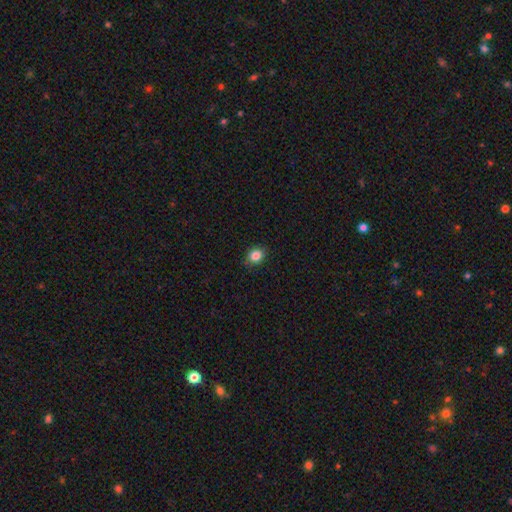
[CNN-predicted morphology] Smooth or featured? smooth (85%)
How rounded? round (68%)
Merging? none (87%)